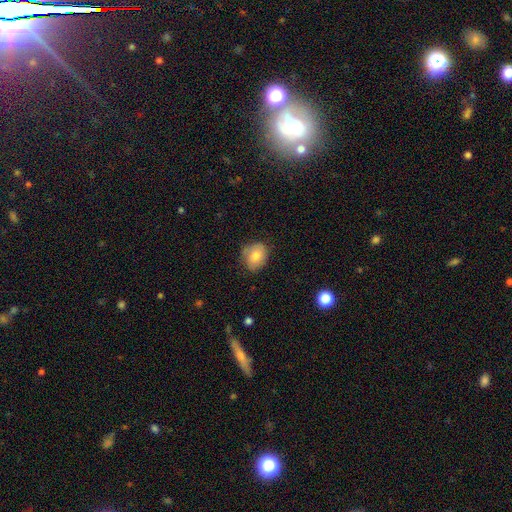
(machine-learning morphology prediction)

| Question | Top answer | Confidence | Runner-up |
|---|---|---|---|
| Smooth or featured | smooth | 75% | featured or disk (17%) |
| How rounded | in between | 50% | round (49%) |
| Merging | none | 69% | minor disturbance (24%) |